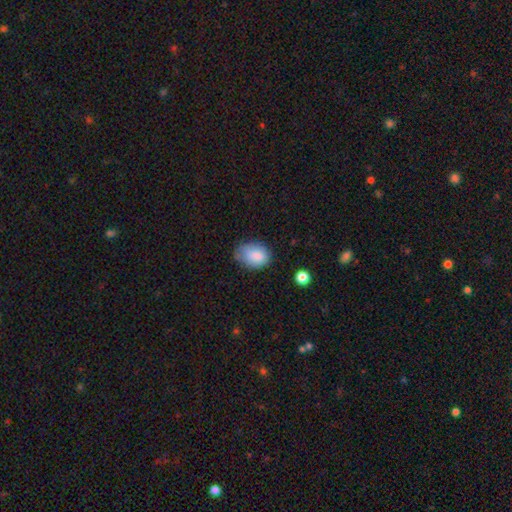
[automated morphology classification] Smooth or featured? Predicted: smooth (p=0.84). How rounded? Predicted: in between (p=0.76). Merging? Predicted: none (p=0.53).